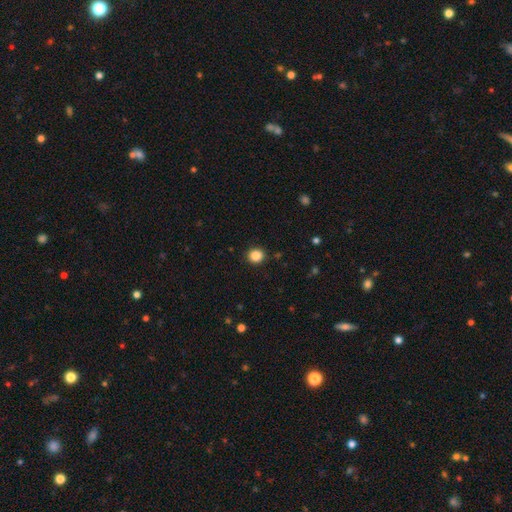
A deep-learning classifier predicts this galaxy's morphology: smooth 86%, star or artifact 11%, featured or disk 4%. Down the decision tree: how rounded — round (87%); merging — none (91%).